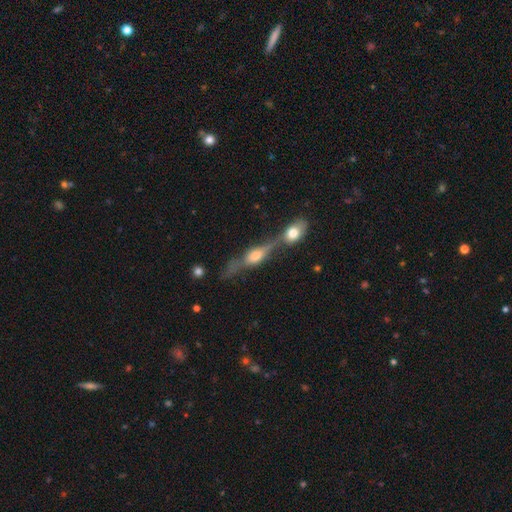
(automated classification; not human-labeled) smooth_or_featured: featured or disk (p=0.64) [alt: smooth p=0.26]
disk_edge_on: yes (p=0.82) [alt: no p=0.18]
edge_on_bulge: rounded (p=0.87) [alt: boxy p=0.09]
merging: merger (p=0.42) [alt: none p=0.38]